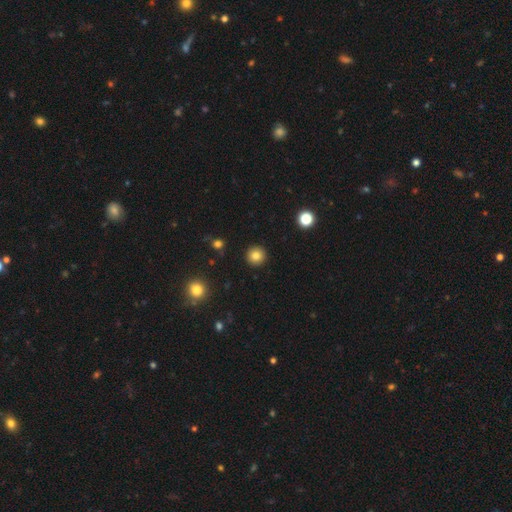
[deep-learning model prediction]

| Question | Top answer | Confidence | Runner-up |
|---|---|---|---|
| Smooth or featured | smooth | 84% | star or artifact (11%) |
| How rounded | round | 95% | in between (4%) |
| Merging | none | 93% | minor disturbance (4%) |